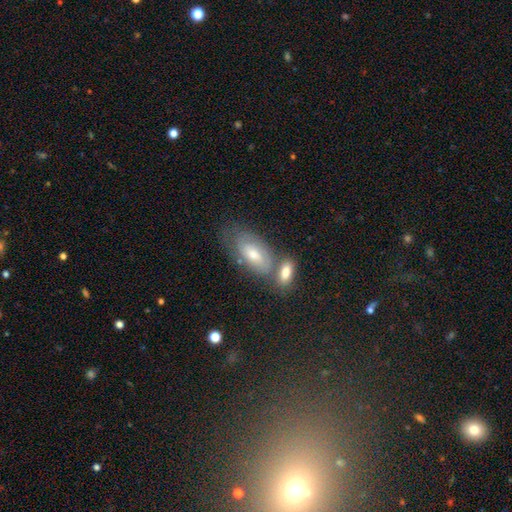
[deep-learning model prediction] A smooth galaxy with no disk features (43%). Merging: none (55%).